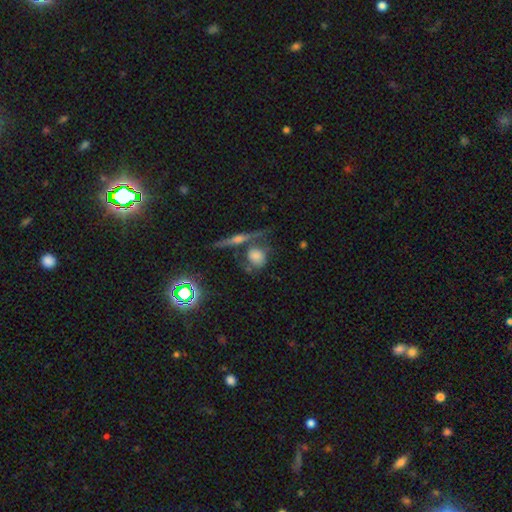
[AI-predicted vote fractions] This is possibly a smooth galaxy (53%). How rounded: likely round (68%). Merging: possibly none (54%).